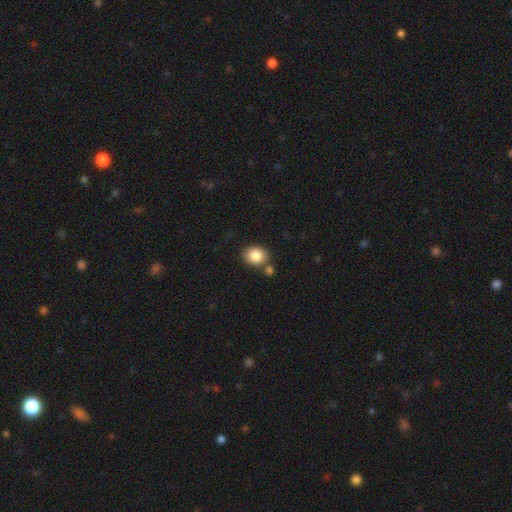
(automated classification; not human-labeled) Q: Smooth or featured?
A: smooth (85%); runner-up: star or artifact (8%)
Q: How rounded?
A: round (59%); runner-up: in between (40%)
Q: Merging?
A: none (71%); runner-up: merger (15%)